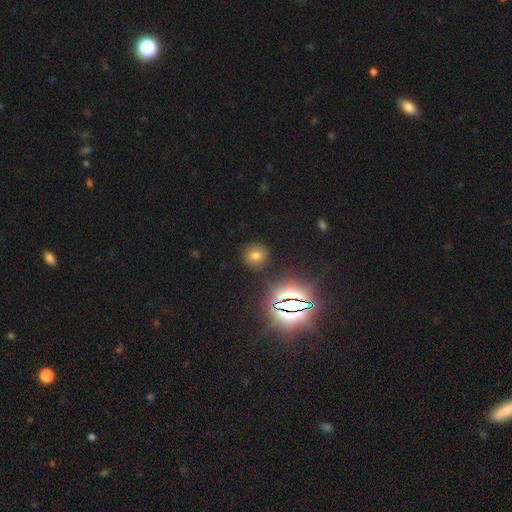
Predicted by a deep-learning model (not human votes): The model was most divided on "smooth or featured": smooth: 67%, star or artifact: 24%, featured or disk: 9%. More confident: how rounded — round (91%); merging — none (87%).